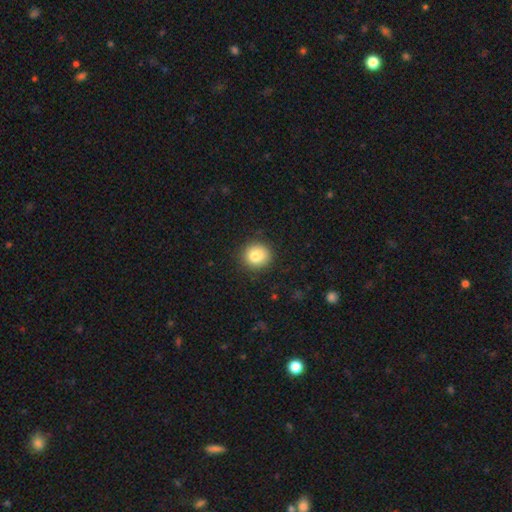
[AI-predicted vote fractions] A smooth galaxy with no disk features (84%) that is round (87%).

Vote fractions:
- Smooth or featured? smooth: 84% / star or artifact: 9% / featured or disk: 7%
- How rounded? round: 87% / in between: 12% / cigar-shaped: 1%
- Merging? none: 89% / minor disturbance: 7% / major disturbance: 2% / merger: 1%